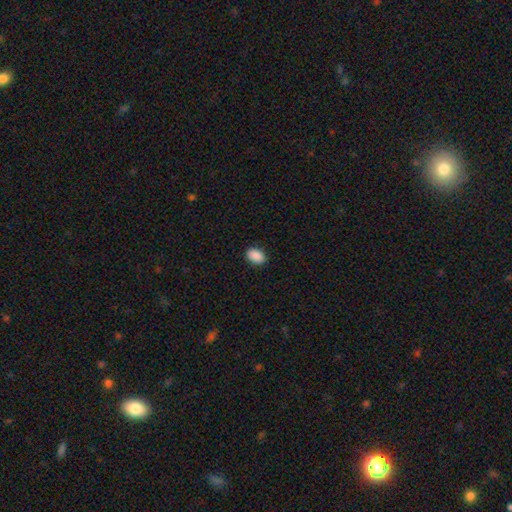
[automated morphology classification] Smooth or featured? smooth (90%)
How rounded? in between (88%)
Merging? none (89%)